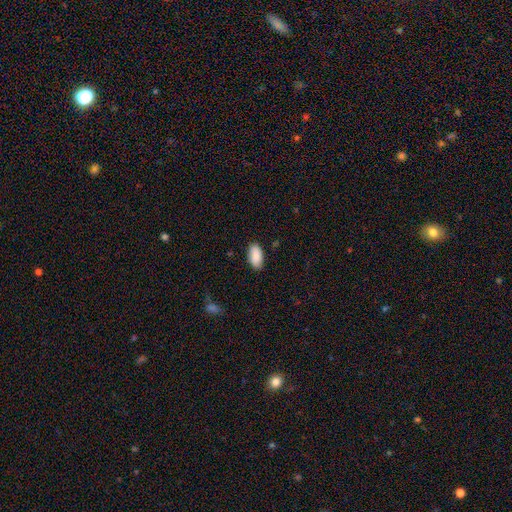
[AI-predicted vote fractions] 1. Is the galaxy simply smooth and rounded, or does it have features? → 90% smooth, 6% star or artifact, 4% featured or disk.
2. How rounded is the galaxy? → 94% in between, 3% cigar-shaped, 2% round.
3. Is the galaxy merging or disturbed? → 85% none, 11% minor disturbance, 2% major disturbance, 1% merger.